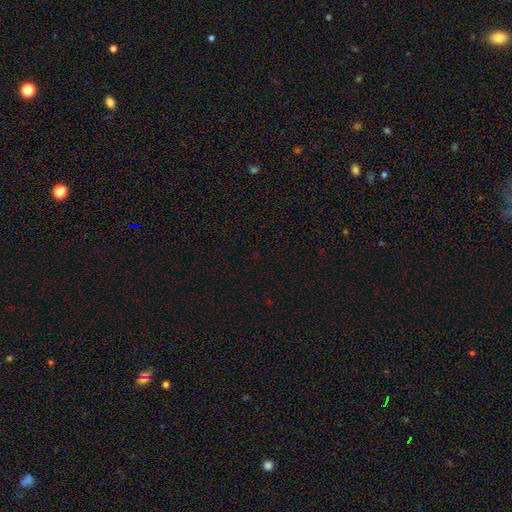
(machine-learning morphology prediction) Smooth or featured: star or artifact — 69% (smooth — 24%)